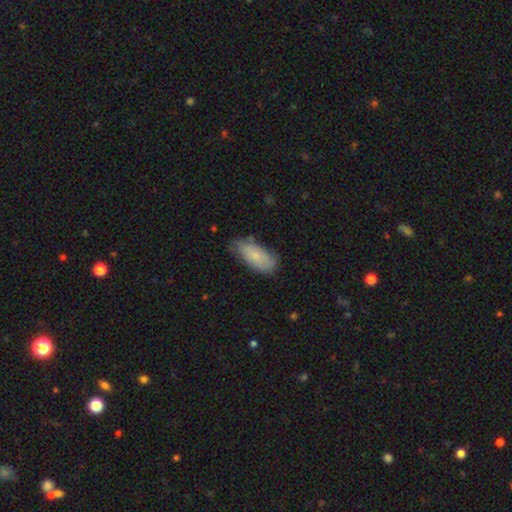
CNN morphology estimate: A smooth galaxy with no disk features (75%) that is in between round and cigar-shaped (87%). Merging: none (62%).